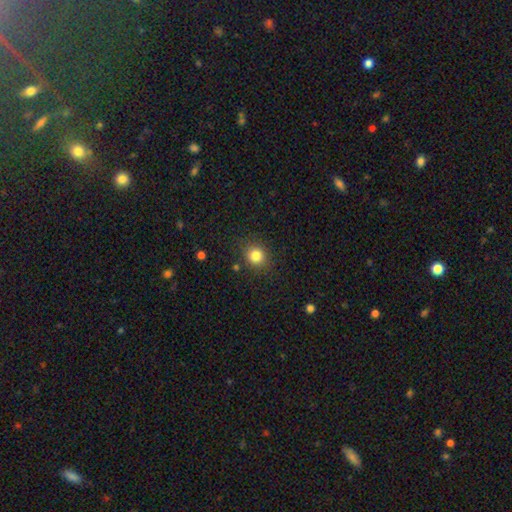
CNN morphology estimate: This appears to be a smooth galaxy with no disk features (83%) that is round (82%). Merging: none (86%).